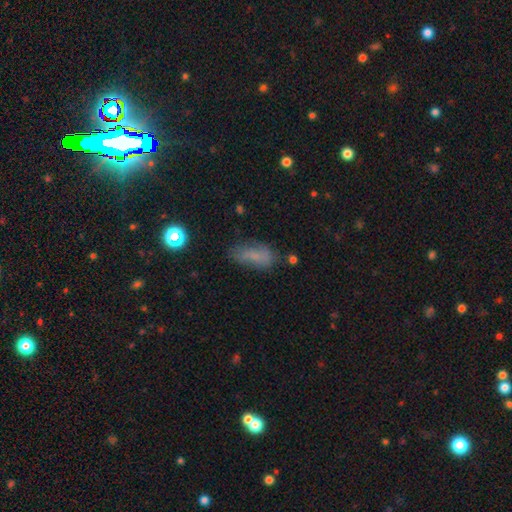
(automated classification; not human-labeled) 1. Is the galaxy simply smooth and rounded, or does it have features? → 66% smooth, 20% featured or disk, 13% star or artifact.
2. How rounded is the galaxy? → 78% in between, 17% cigar-shaped, 5% round.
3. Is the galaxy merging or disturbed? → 59% none, 26% minor disturbance, 11% major disturbance, 4% merger.